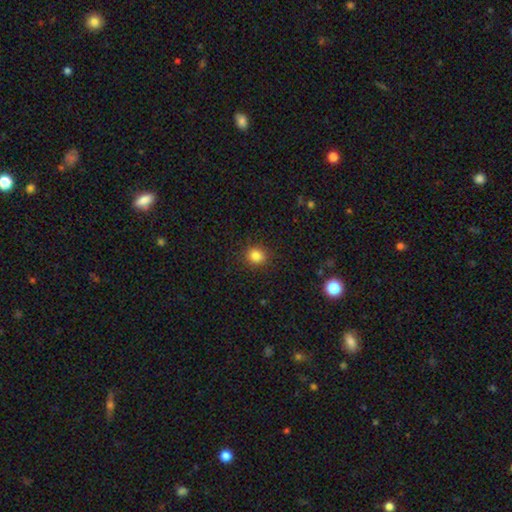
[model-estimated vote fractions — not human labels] This appears to be a smooth galaxy with no disk features (84%) that is round (81%). Merging: none (89%).